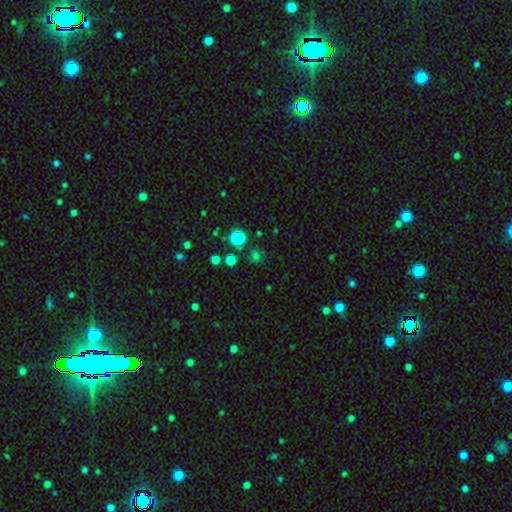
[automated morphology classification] The model was most divided on "smooth or featured": smooth: 65%, star or artifact: 29%, featured or disk: 6%. More confident: how rounded — round (84%); merging — none (77%).